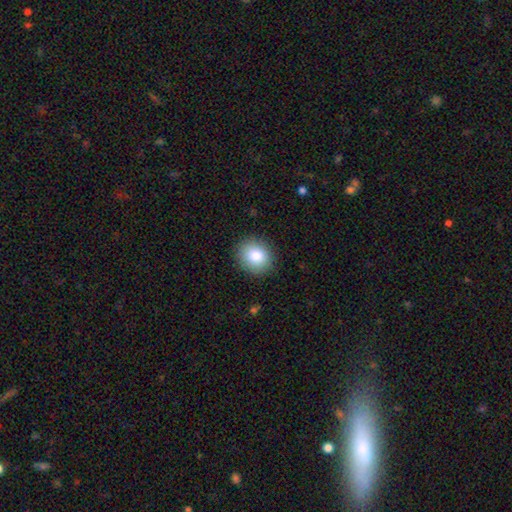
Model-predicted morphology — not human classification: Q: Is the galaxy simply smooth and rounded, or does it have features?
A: smooth — 84%.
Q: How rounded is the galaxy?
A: round — 76%.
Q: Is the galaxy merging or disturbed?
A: none — 89%.